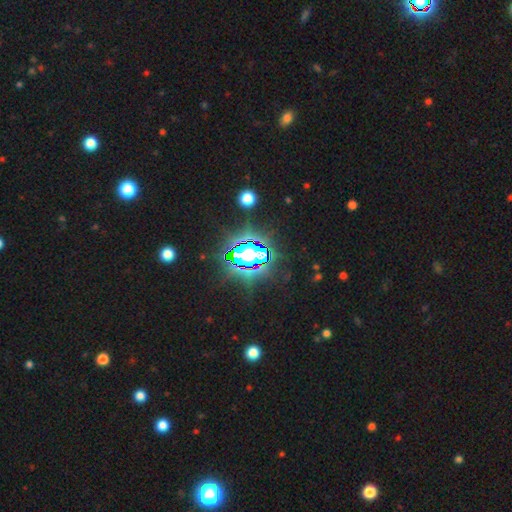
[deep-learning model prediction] This is likely a star or artifact rather than a galaxy (72%).